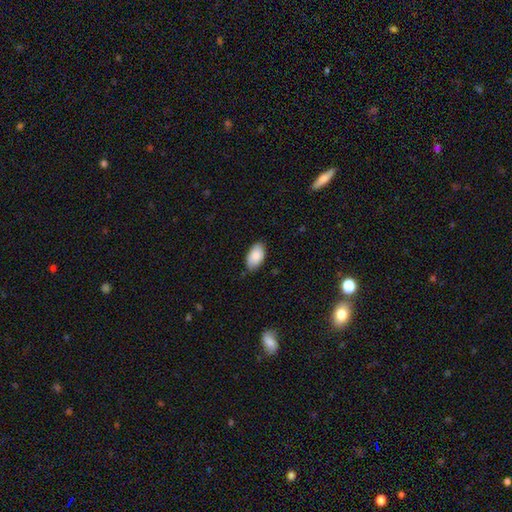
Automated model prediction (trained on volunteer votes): Q: Smooth or featured?
A: smooth (87%); runner-up: featured or disk (7%)
Q: How rounded?
A: in between (95%); runner-up: round (3%)
Q: Merging?
A: none (78%); runner-up: minor disturbance (18%)